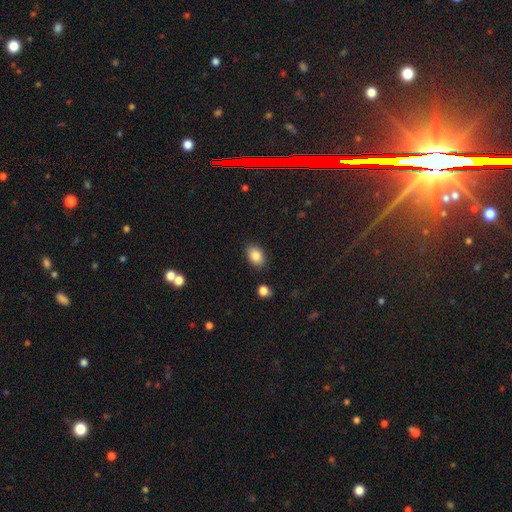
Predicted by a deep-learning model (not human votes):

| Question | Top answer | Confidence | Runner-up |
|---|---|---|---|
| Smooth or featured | smooth | 85% | star or artifact (8%) |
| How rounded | in between | 81% | round (18%) |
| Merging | none | 86% | minor disturbance (9%) |